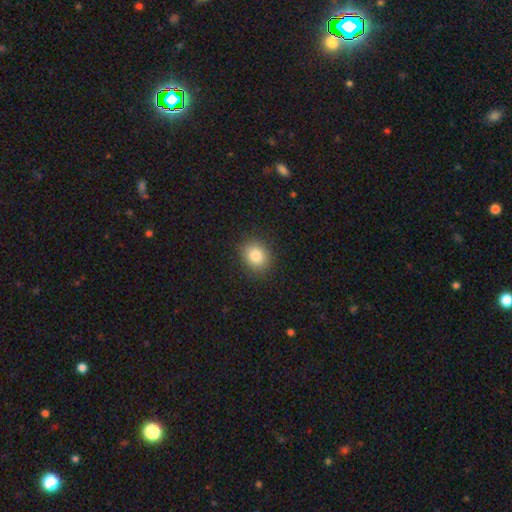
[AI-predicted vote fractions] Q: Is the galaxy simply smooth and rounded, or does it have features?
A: smooth — 82%.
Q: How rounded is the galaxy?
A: round — 60%.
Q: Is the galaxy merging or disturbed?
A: none — 88%.